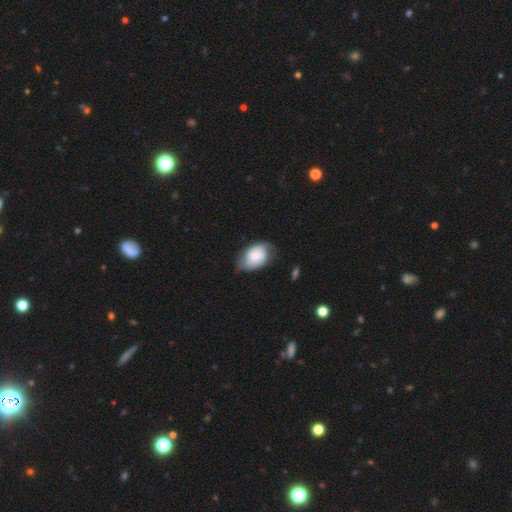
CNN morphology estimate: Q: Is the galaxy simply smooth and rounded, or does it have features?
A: smooth — 50%.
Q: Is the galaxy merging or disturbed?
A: none — 59%.